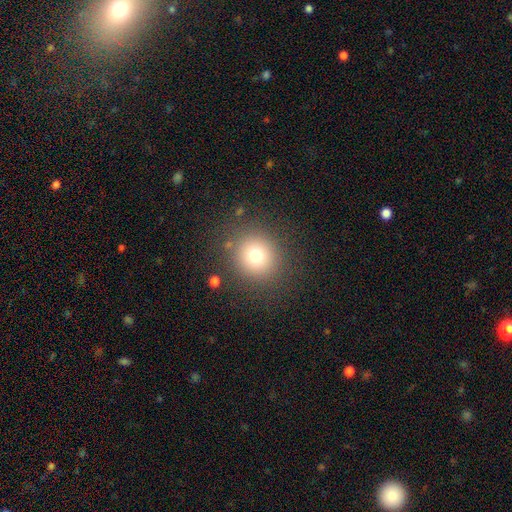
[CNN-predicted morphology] This appears to be a smooth galaxy with no disk features (74%) that is round (90%). Merging: none (86%).